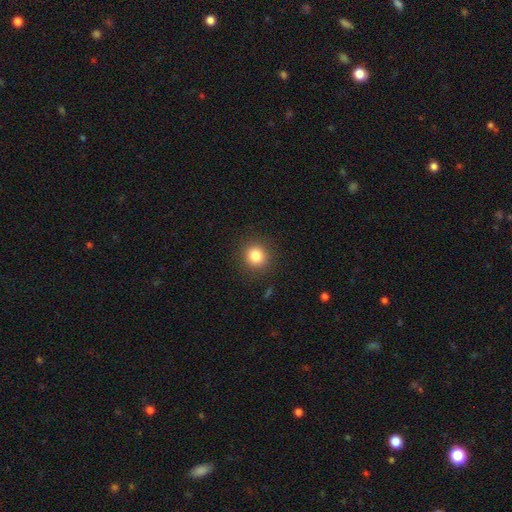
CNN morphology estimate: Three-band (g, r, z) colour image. It shows a smooth galaxy with no disk features (83%) that is round (90%). Merging: none (90%).